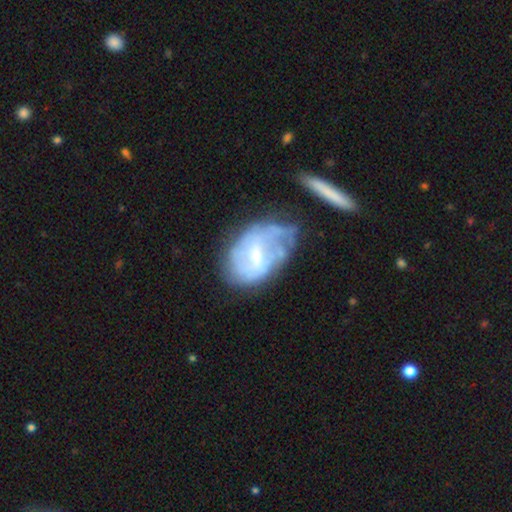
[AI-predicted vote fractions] smooth-or-featured: featured or disk: 70% | smooth: 23% | star or artifact: 7%
  disk-edge-on: no: 96% | yes: 4%
    bar: weak: 52% | no: 32% | strong: 15%
    has-spiral-arms: yes: 72% | no: 28%
    bulge-size: small: 65% | moderate: 27% | none: 5% | large: 2% | dominant: 1%
  merging: none: 39% | minor disturbance: 29% | major disturbance: 23% | merger: 9%